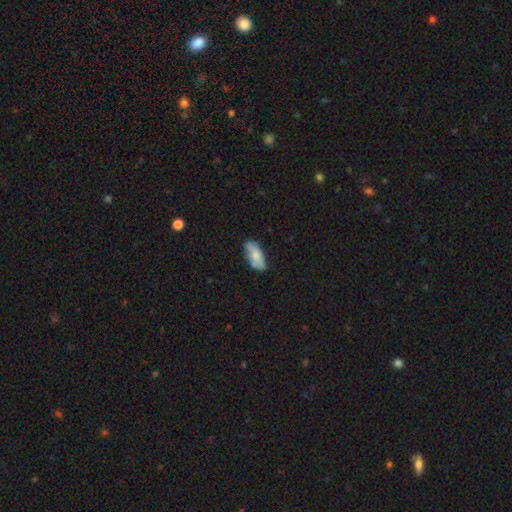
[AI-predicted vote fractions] Q: Smooth or featured?
A: smooth (76%); runner-up: featured or disk (17%)
Q: How rounded?
A: in between (86%); runner-up: cigar-shaped (11%)
Q: Merging?
A: none (72%); runner-up: minor disturbance (21%)